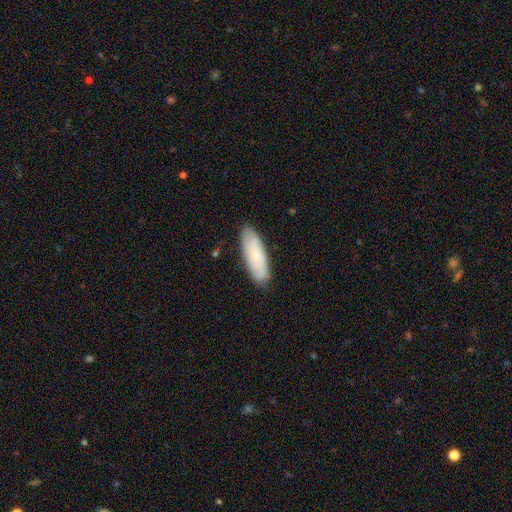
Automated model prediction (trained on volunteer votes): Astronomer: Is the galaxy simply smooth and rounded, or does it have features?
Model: smooth — 70%.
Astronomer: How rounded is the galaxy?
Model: in between — 57% (runner-up: cigar-shaped, 41%).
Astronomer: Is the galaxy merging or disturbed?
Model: none — 85%.